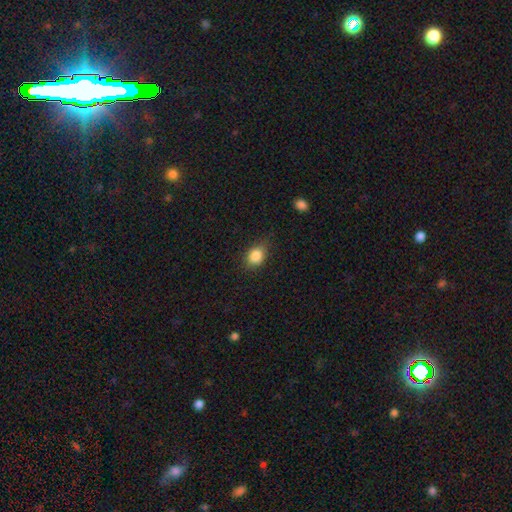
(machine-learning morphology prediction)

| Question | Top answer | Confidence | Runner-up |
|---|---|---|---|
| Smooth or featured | smooth | 84% | star or artifact (10%) |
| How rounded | in between | 54% | round (44%) |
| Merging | none | 75% | minor disturbance (19%) |